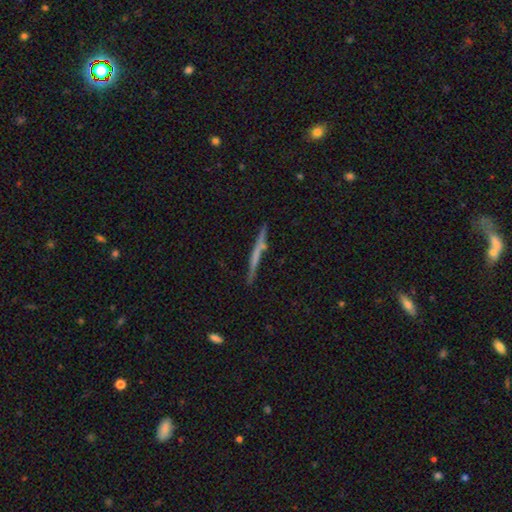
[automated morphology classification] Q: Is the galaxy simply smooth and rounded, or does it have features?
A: featured or disk — 51%.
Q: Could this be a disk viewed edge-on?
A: yes — 96%.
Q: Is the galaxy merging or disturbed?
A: none — 86%.